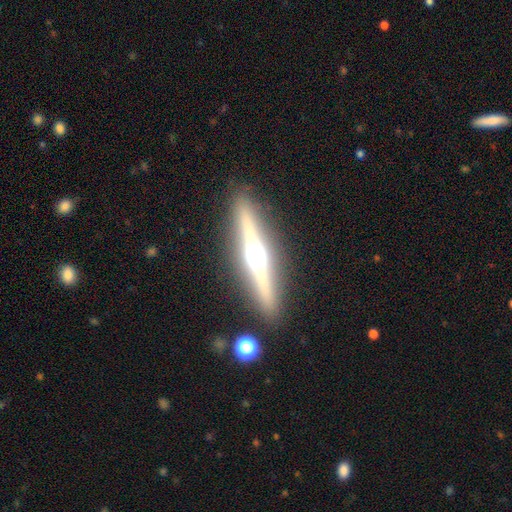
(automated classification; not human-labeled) smooth-or-featured: featured or disk: 77% | smooth: 15% | star or artifact: 8%
  disk-edge-on: yes: 97% | no: 3%
    edge-on-bulge: rounded: 94% | boxy: 4% | none: 2%
  merging: none: 89% | minor disturbance: 7% | major disturbance: 2% | merger: 2%